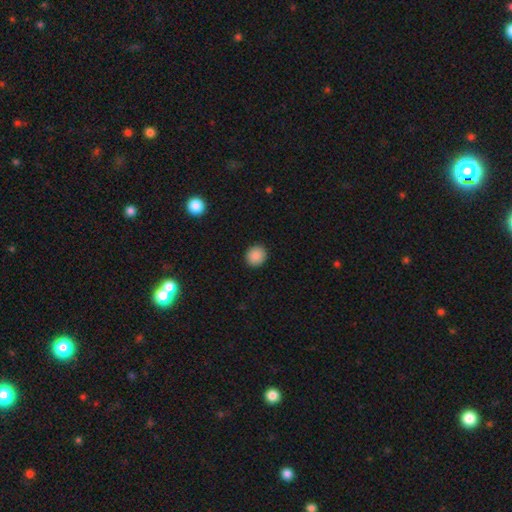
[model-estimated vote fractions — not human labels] smooth 88%, star or artifact 9%, featured or disk 3%. Down the decision tree: how rounded — round (90%); merging — none (92%).